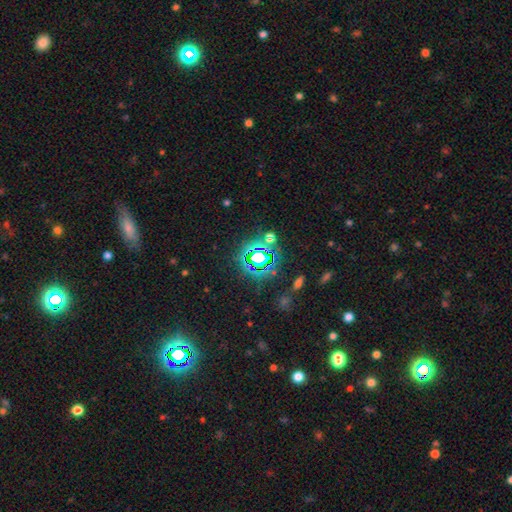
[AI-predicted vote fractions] smooth_or_featured: star or artifact (p=0.74) [alt: smooth p=0.15]